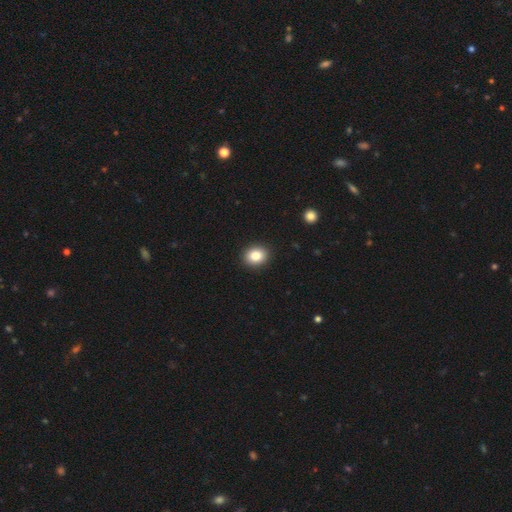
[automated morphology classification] A smooth galaxy with no disk features (85%) that is round (55%).

Vote fractions:
- Smooth or featured? smooth: 85% / star or artifact: 9% / featured or disk: 6%
- How rounded? round: 55% / in between: 44% / cigar-shaped: 1%
- Merging? none: 91% / minor disturbance: 6% / major disturbance: 2% / merger: 1%